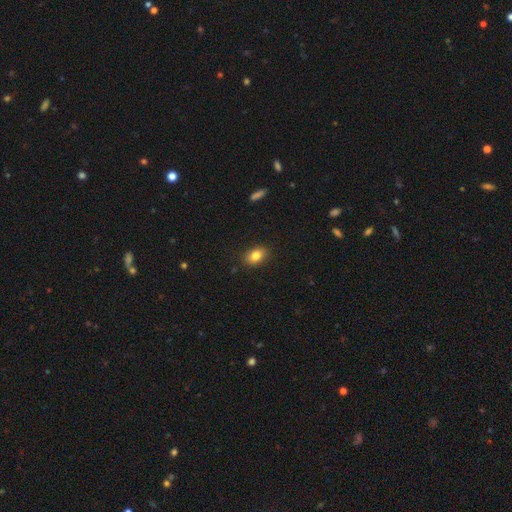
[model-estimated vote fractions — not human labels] This appears to be a smooth galaxy with no disk features (82%) that is in between round and cigar-shaped (81%). Merging: none (87%).